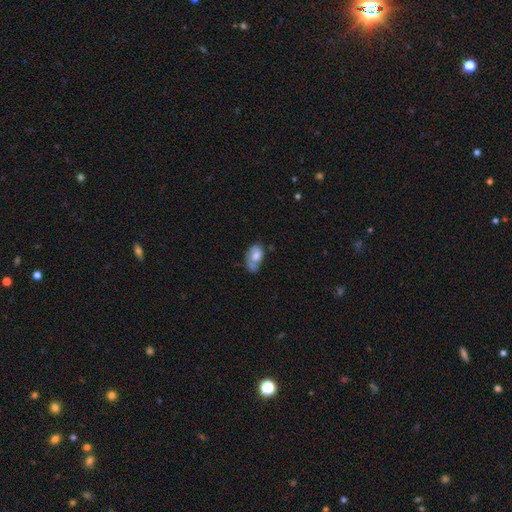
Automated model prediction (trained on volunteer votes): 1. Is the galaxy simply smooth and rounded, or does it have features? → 64% smooth, 28% featured or disk, 8% star or artifact.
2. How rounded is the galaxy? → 88% in between, 10% round, 2% cigar-shaped.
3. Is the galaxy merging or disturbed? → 34% none, 32% minor disturbance, 21% major disturbance, 13% merger.